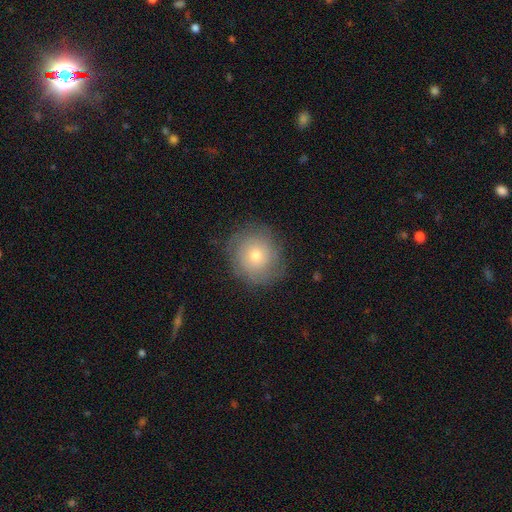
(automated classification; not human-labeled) Morphology: type=smooth (55%); roundness=round (89%); merging=none (80%).